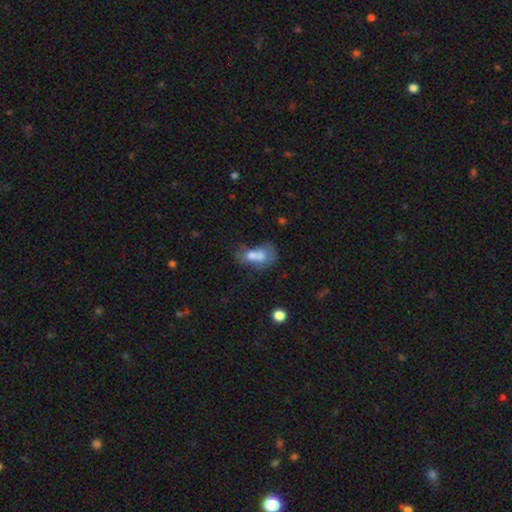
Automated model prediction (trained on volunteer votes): The model was most divided on "smooth or featured": smooth: 64%, featured or disk: 25%, star or artifact: 10%. More confident: merging — merger (68%); how rounded — in between (68%).